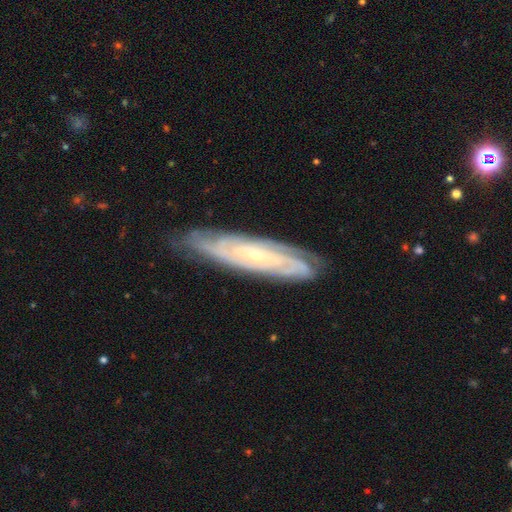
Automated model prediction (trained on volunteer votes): This appears to be a featured or disk galaxy (85%) with no bar (63%), tight (75%) spiral arms (96%) and a small central bulge (83%). Merging: none (80%).